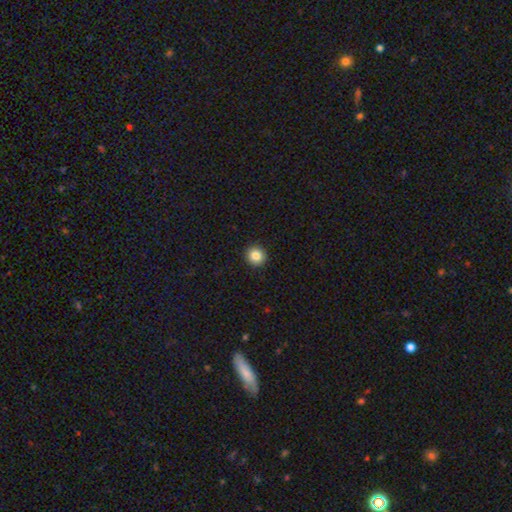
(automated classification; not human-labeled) Morphology: type=smooth (84%); roundness=round (93%); merging=none (93%).